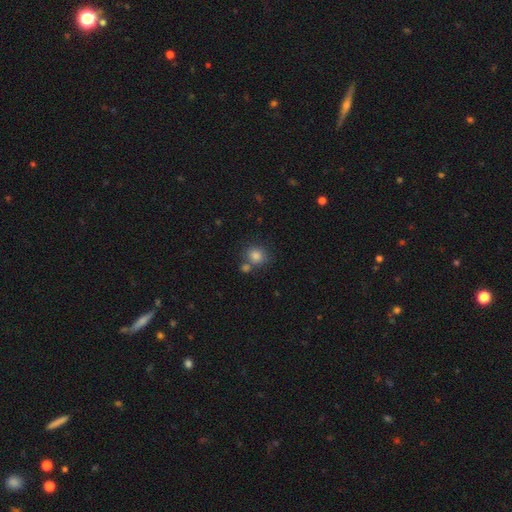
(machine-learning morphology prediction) This appears to be a smooth galaxy with no disk features (83%) that is round (75%). Merging: none (64%).